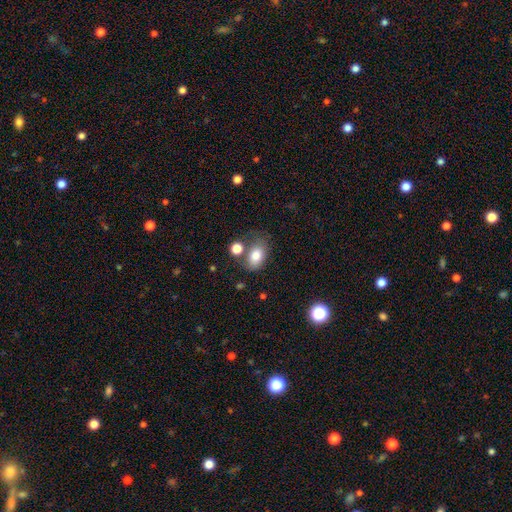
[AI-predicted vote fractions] Smooth or featured?
  - smooth: 80% *
  - featured or disk: 11%
  - star or artifact: 9%
How rounded?
  - in between: 81% *
  - round: 18%
  - cigar-shaped: 1%
Merging?
  - none: 52% *
  - minor disturbance: 20%
  - merger: 19%
  - major disturbance: 10%